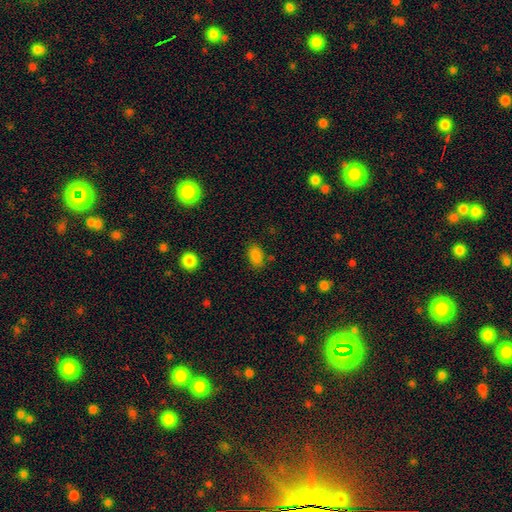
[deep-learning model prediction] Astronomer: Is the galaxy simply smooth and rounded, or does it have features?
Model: smooth — 85%.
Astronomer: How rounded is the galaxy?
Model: in between — 90%.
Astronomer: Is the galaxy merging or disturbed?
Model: none — 80%.